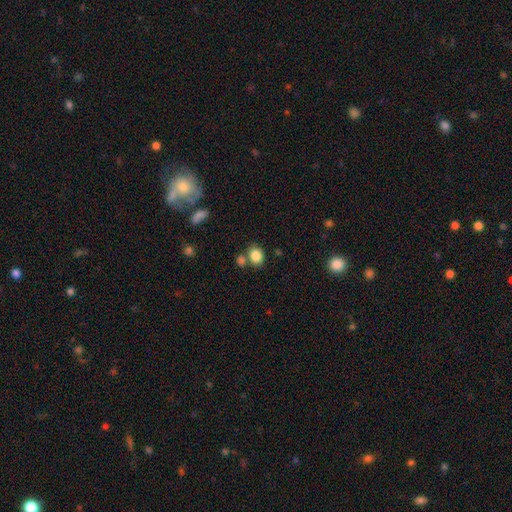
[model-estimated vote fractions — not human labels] Smooth or featured?
  - smooth: 85% *
  - star or artifact: 9%
  - featured or disk: 6%
How rounded?
  - in between: 51% *
  - round: 48%
  - cigar-shaped: 1%
Merging?
  - none: 62% *
  - merger: 22%
  - minor disturbance: 12%
  - major disturbance: 4%